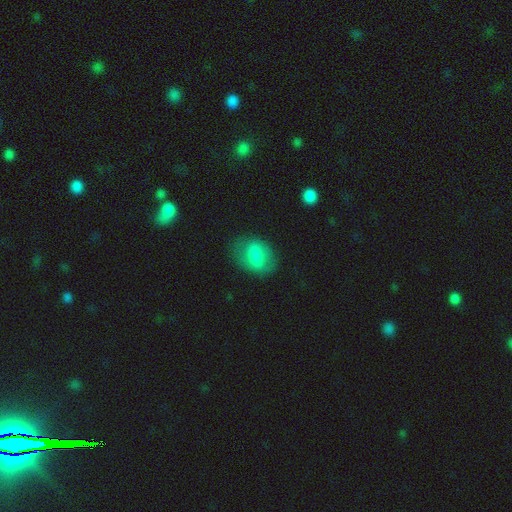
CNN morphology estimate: A smooth galaxy with no disk features (71%) that is in between round and cigar-shaped (77%).

Vote fractions:
- Smooth or featured? smooth: 71% / featured or disk: 21% / star or artifact: 8%
- How rounded? in between: 77% / round: 22% / cigar-shaped: 2%
- Merging? none: 67% / minor disturbance: 21% / major disturbance: 10% / merger: 2%